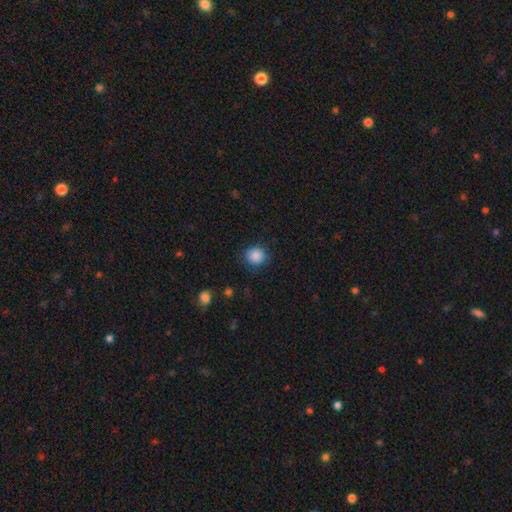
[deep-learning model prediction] Smooth or featured? smooth (87%)
How rounded? round (84%)
Merging? none (84%)